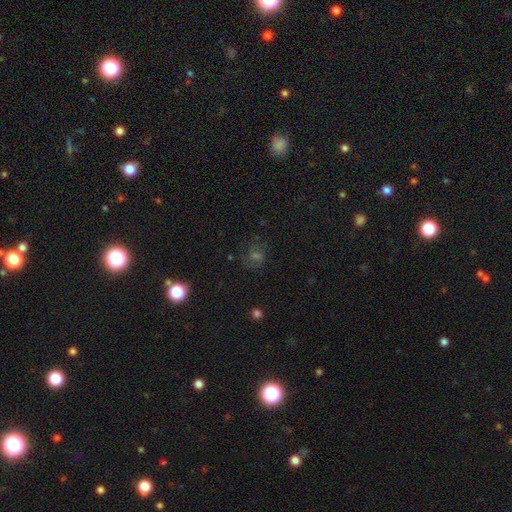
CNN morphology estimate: A smooth galaxy with no disk features (39%).

Vote fractions:
- Smooth or featured? smooth: 39% / star or artifact: 37% / featured or disk: 24%
- Merging? none: 75% / minor disturbance: 15% / major disturbance: 8% / merger: 2%